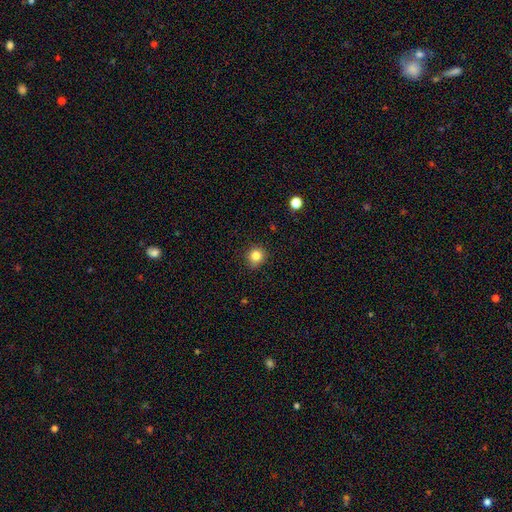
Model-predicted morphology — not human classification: Smooth or featured? Predicted: smooth (p=0.83). How rounded? Predicted: round (p=0.87). Merging? Predicted: none (p=0.86).